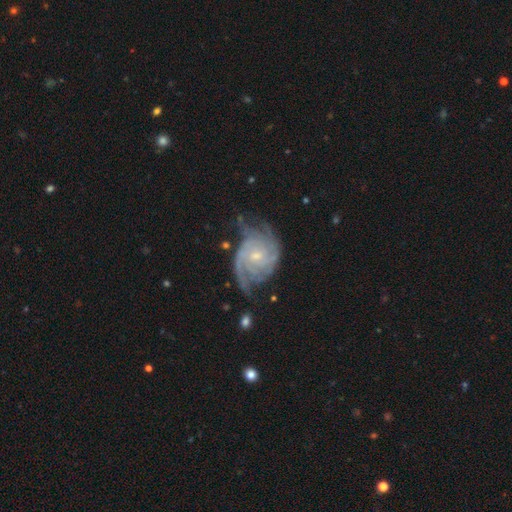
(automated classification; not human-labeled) The model was most divided on "spiral arm count": 2: 29%, can't tell: 25%, 3: 22%, 4: 11%, 1: 6%, more than 4: 6%. More confident: edge-on disk — no (97%); spiral arms — yes (97%); smooth or featured — featured or disk (87%); bar — no (64%); bulge size — small (61%); merging — none (58%); spiral winding — tight (57%).